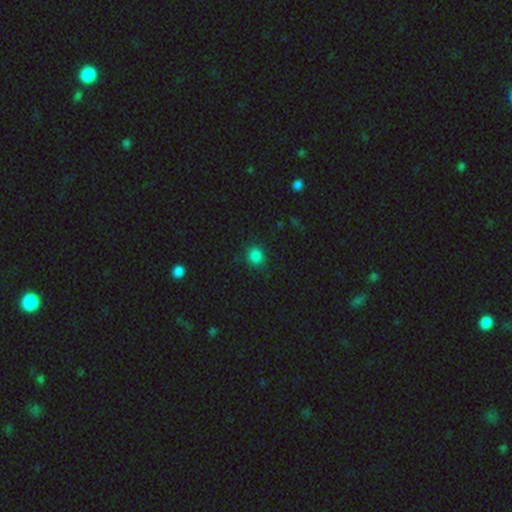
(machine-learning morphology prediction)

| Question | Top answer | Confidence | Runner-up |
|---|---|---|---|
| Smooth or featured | smooth | 83% | star or artifact (14%) |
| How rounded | round | 84% | in between (15%) |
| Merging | none | 88% | minor disturbance (8%) |